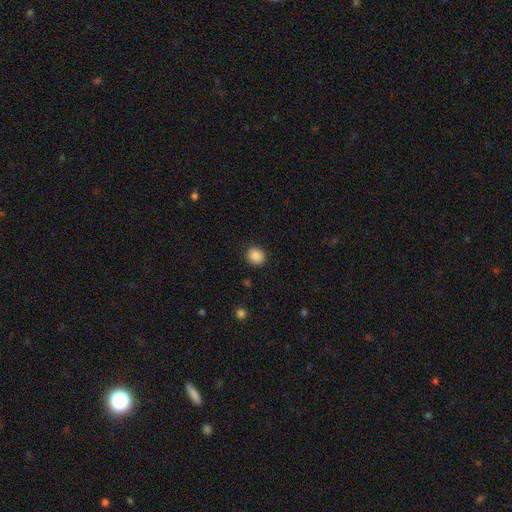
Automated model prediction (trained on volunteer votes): Morphology: type=smooth (88%); roundness=round (72%); merging=none (88%).